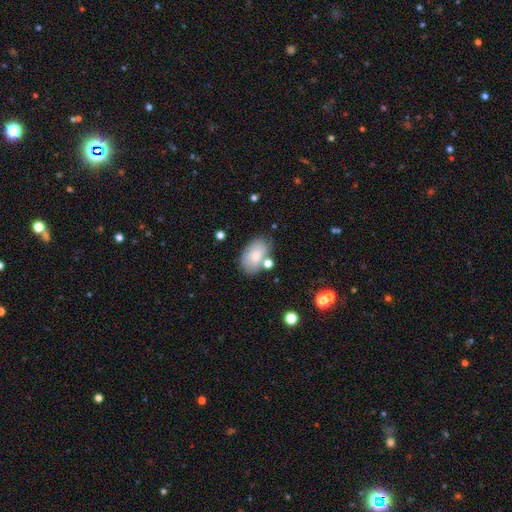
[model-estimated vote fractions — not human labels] A smooth galaxy with no disk features (77%) that is in between round and cigar-shaped (90%). Merging: none (65%).